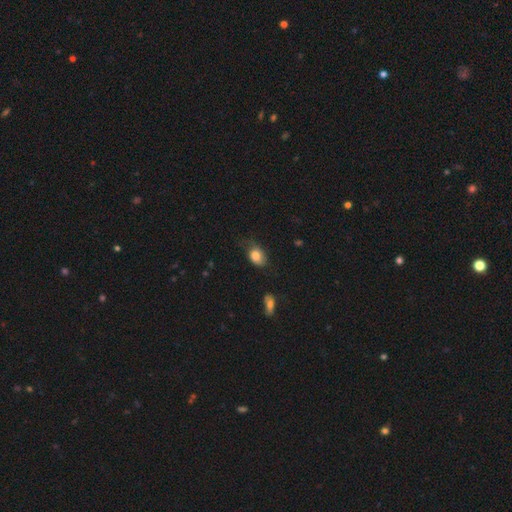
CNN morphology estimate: smooth 81%, featured or disk 11%, star or artifact 8%. Down the decision tree: how rounded — in between (70%); merging — none (51%).